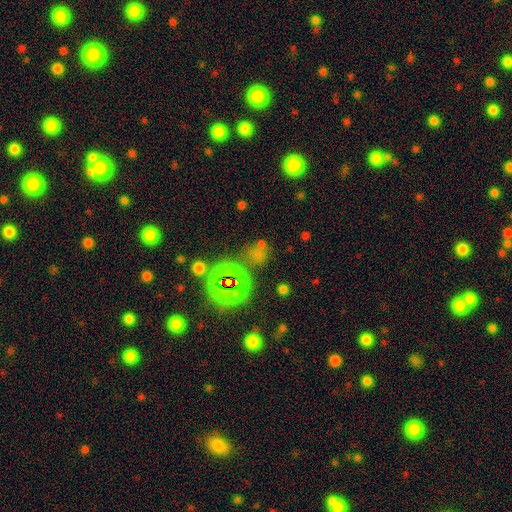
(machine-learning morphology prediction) A star or artifact, not a galaxy (49%).